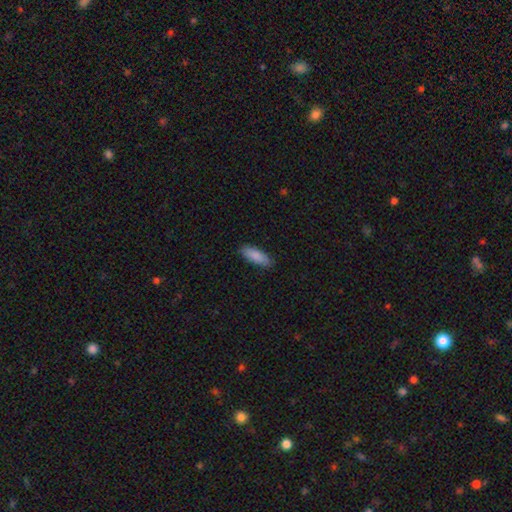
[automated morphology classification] type=smooth (88%); roundness=in between (64%); merging=none (87%).